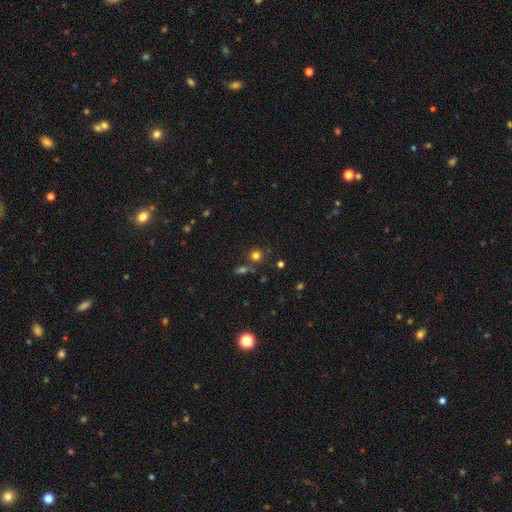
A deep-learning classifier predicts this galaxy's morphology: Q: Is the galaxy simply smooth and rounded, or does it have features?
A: smooth — 71%.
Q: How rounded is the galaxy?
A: round — 90%.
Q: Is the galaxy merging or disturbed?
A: none — 72%.